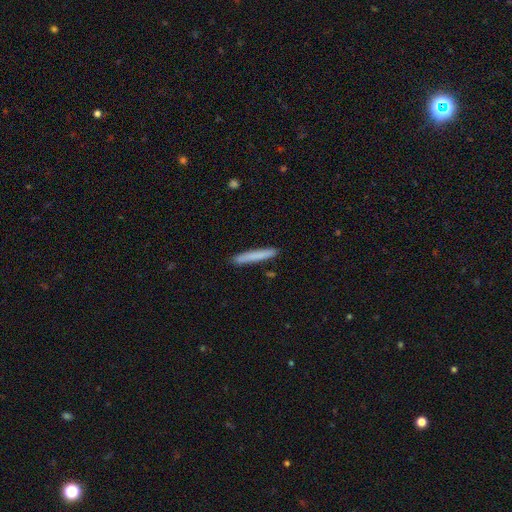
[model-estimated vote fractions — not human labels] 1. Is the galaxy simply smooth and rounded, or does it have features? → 78% smooth, 16% featured or disk, 6% star or artifact.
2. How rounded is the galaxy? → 96% cigar-shaped, 3% in between, 1% round.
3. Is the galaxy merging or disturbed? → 90% none, 7% minor disturbance, 1% major disturbance, 1% merger.